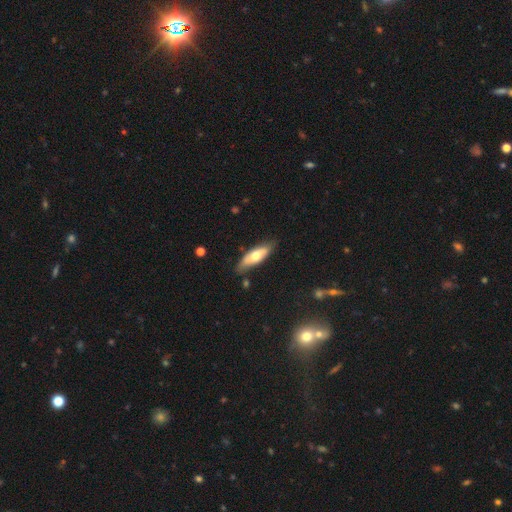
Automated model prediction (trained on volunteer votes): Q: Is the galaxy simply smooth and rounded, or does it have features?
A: smooth — 58%.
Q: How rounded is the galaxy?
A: in between — 59%.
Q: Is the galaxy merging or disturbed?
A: none — 75%.